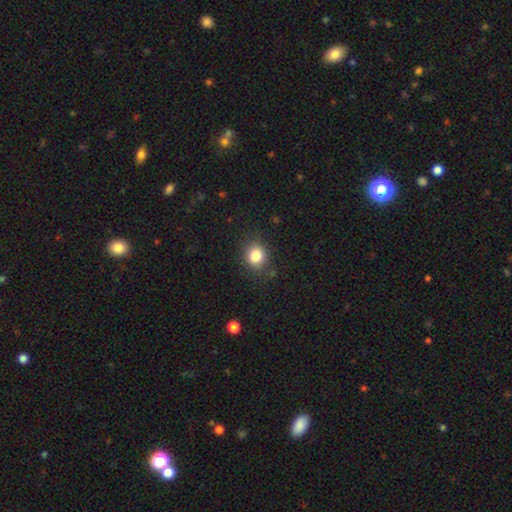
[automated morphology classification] This is clearly a smooth galaxy (83%). How rounded: likely round (74%). Merging: clearly none (84%).